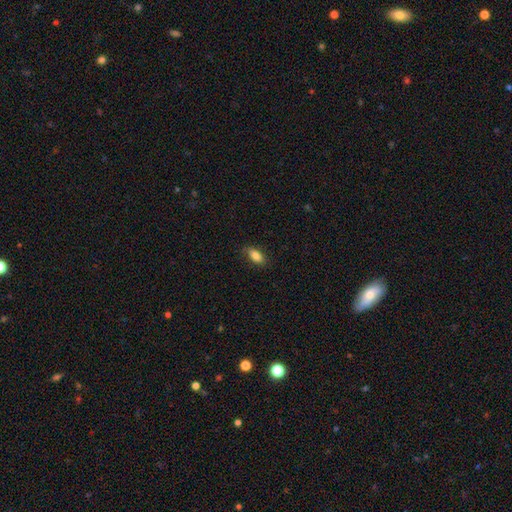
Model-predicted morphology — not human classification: Overall: smooth (83%). How rounded: in between (88%). Merging: none (80%).